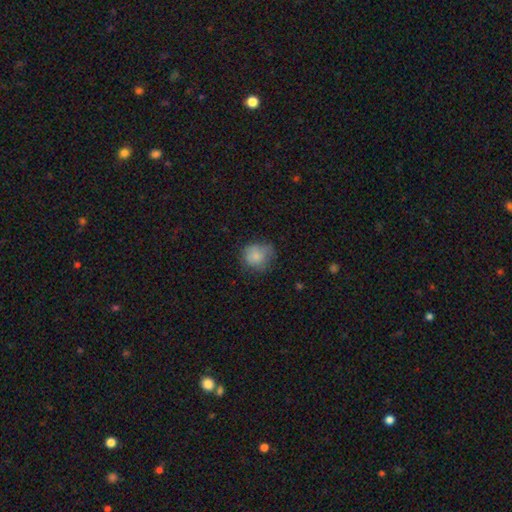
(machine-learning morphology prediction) smooth_or_featured: smooth (p=0.80) [alt: featured or disk p=0.11]
how_rounded: round (p=0.81) [alt: in between p=0.18]
merging: none (p=0.57) [alt: minor disturbance p=0.30]